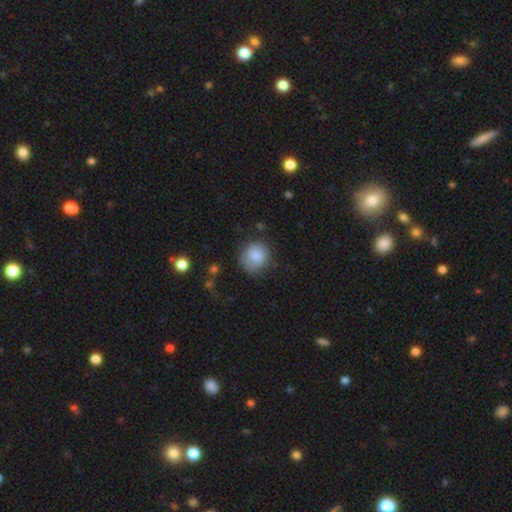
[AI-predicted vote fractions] Smooth or featured?
  - smooth: 70% *
  - featured or disk: 22%
  - star or artifact: 8%
How rounded?
  - round: 82% *
  - in between: 17%
  - cigar-shaped: 1%
Merging?
  - none: 68% *
  - minor disturbance: 21%
  - major disturbance: 9%
  - merger: 2%